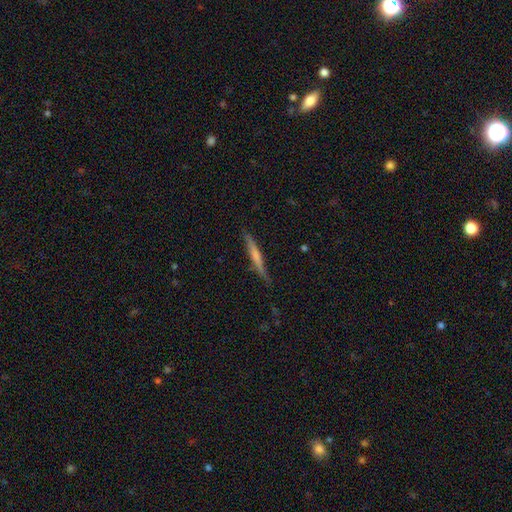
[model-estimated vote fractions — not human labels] Smooth or featured?
  - smooth: 53% *
  - featured or disk: 41%
  - star or artifact: 6%
How rounded?
  - cigar-shaped: 95% *
  - in between: 3%
  - round: 1%
Merging?
  - none: 82% *
  - minor disturbance: 14%
  - major disturbance: 3%
  - merger: 2%